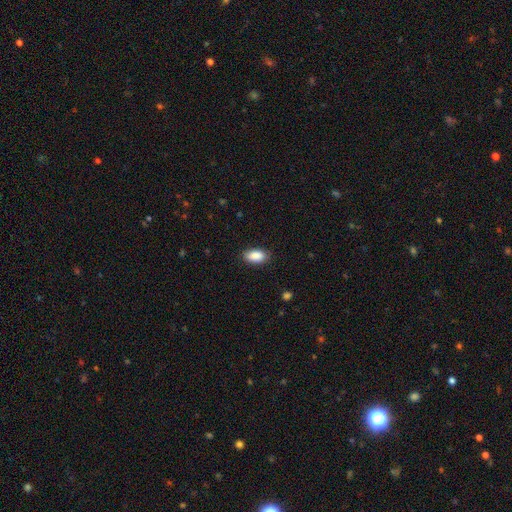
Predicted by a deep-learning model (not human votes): smooth 89%, star or artifact 7%, featured or disk 4%. Down the decision tree: how rounded — in between (93%); merging — none (85%).